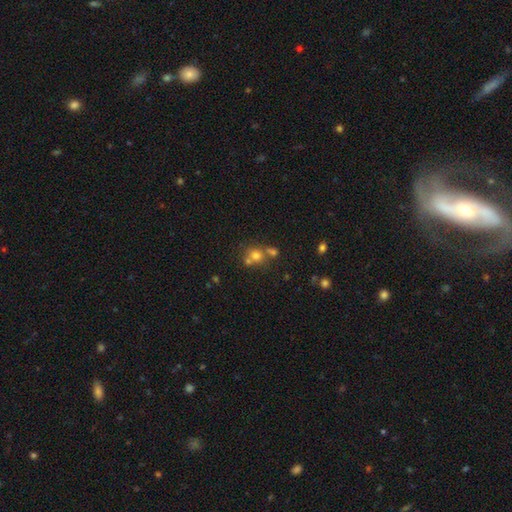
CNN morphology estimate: Smooth or featured? Predicted: smooth (p=0.65). How rounded? Predicted: round (p=0.82). Merging? Predicted: none (p=0.49).